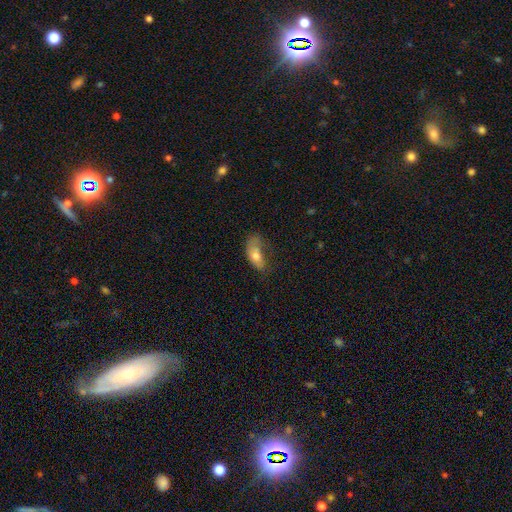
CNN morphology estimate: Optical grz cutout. It shows a smooth galaxy with no disk features (70%) that is in between round and cigar-shaped (87%). Merging: major disturbance (37%).